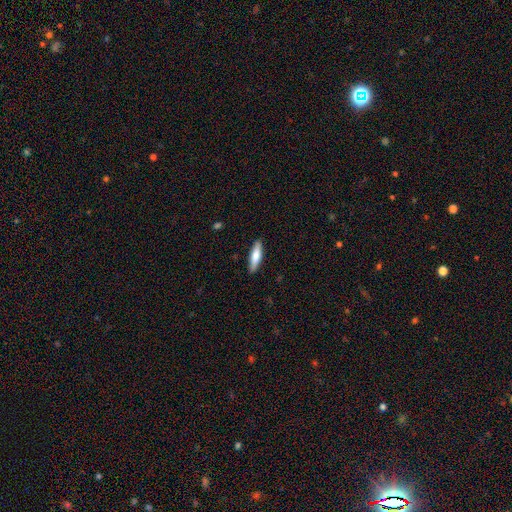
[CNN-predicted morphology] This is likely a smooth galaxy (71%). How rounded: likely cigar-shaped (68%). Merging: clearly none (89%).